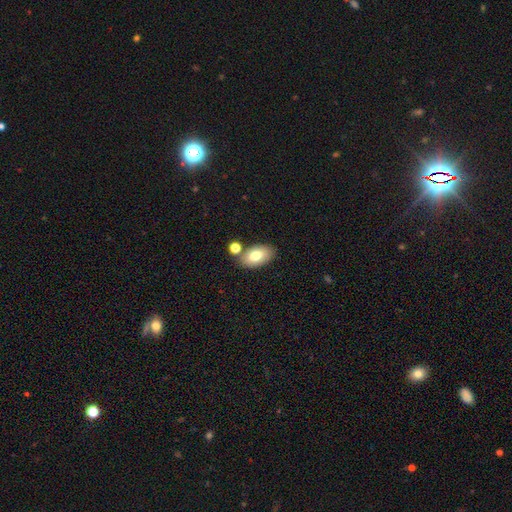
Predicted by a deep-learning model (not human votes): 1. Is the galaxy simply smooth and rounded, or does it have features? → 76% smooth, 16% featured or disk, 8% star or artifact.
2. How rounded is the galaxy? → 92% in between, 6% round, 2% cigar-shaped.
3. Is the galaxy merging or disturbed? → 74% none, 12% minor disturbance, 12% merger, 3% major disturbance.